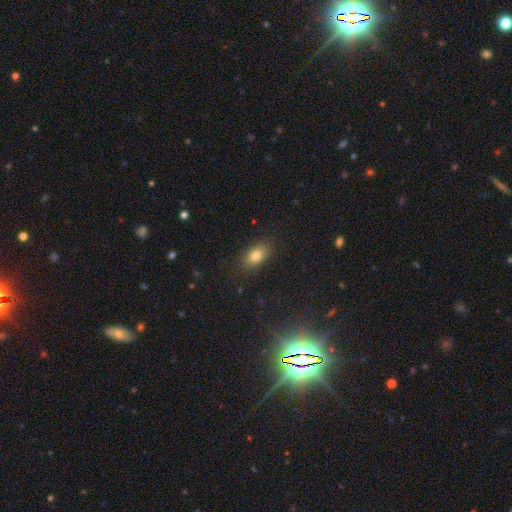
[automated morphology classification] The model was most divided on "smooth or featured": smooth: 80%, star or artifact: 11%, featured or disk: 9%. More confident: how rounded — in between (85%); merging — none (84%).